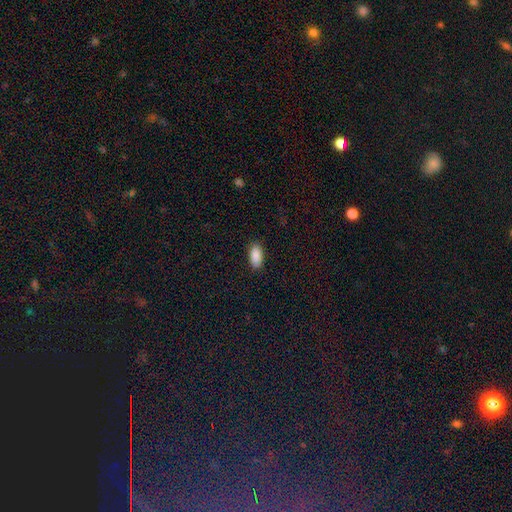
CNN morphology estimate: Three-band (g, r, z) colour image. It shows a smooth galaxy with no disk features (90%) that is in between round and cigar-shaped (92%). Merging: none (88%).